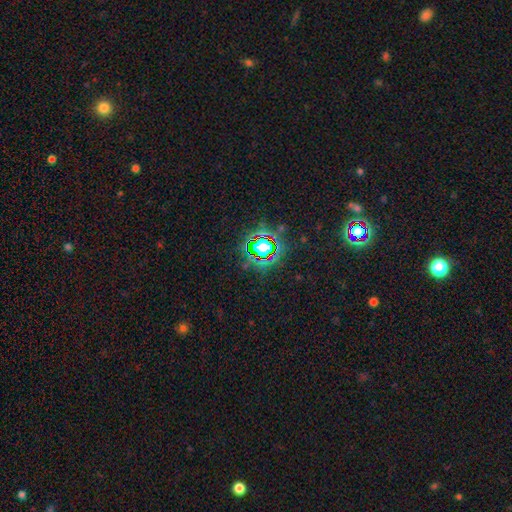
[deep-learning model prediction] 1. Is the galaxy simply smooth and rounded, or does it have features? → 81% star or artifact, 12% smooth, 7% featured or disk.